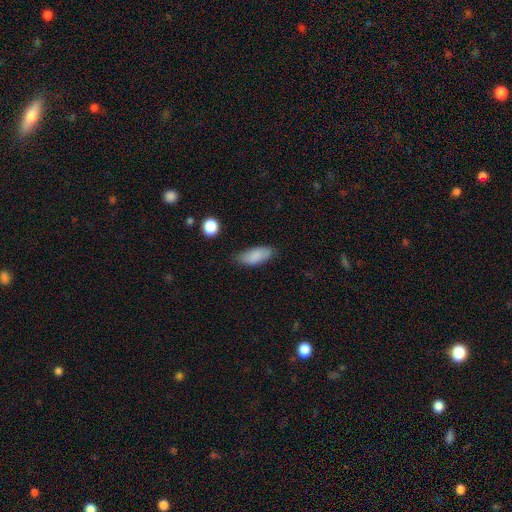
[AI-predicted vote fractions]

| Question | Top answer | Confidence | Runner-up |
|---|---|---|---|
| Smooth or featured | smooth | 86% | featured or disk (7%) |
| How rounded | in between | 83% | cigar-shaped (15%) |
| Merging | none | 75% | minor disturbance (19%) |